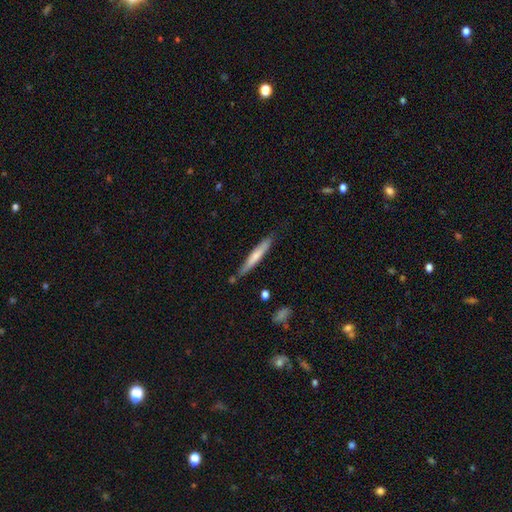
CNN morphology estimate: This is likely a smooth galaxy (62%). How rounded: clearly cigar-shaped (94%). Merging: likely none (78%).